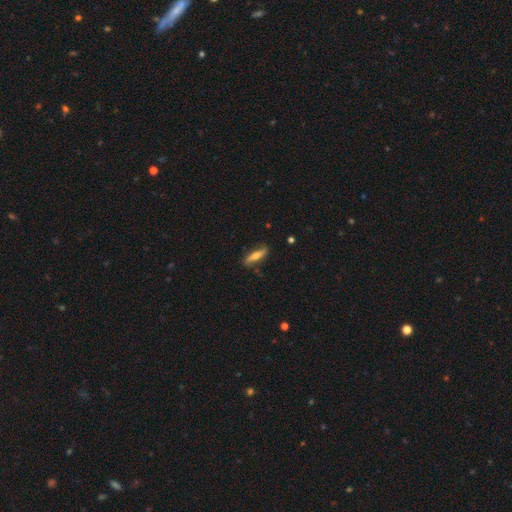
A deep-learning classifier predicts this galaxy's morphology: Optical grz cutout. It shows a featured or disk galaxy (50%). Merging: none (78%).